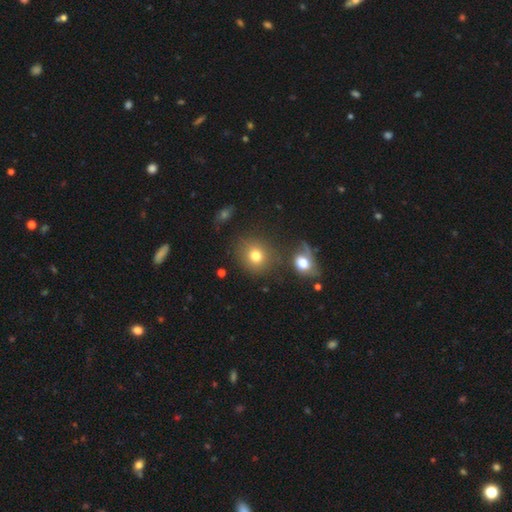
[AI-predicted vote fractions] smooth-or-featured: smooth: 76% | star or artifact: 14% | featured or disk: 10%
  how-rounded: round: 82% | in between: 17% | cigar-shaped: 1%
  merging: none: 73% | merger: 12% | minor disturbance: 10% | major disturbance: 5%